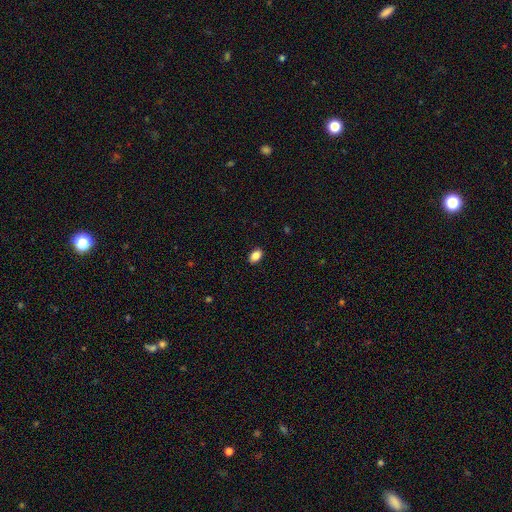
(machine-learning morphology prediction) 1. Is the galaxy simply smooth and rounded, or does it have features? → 87% smooth, 8% star or artifact, 5% featured or disk.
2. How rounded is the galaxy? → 88% in between, 11% round, 2% cigar-shaped.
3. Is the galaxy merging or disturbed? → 89% none, 8% minor disturbance, 2% major disturbance, 1% merger.